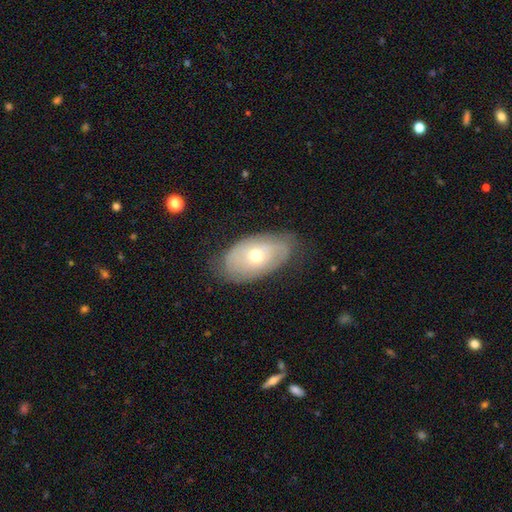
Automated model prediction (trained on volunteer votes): Smooth or featured? Predicted: featured or disk (p=0.55). Edge-on disk? Predicted: no (p=0.90). Merging? Predicted: none (p=0.71).